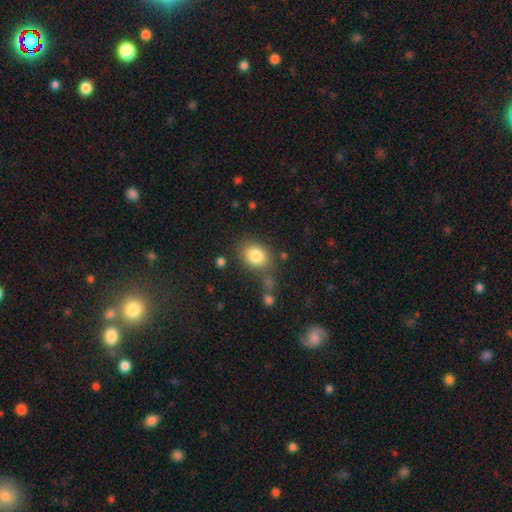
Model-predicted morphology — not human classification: type=smooth (83%); roundness=in between (59%); merging=none (70%).